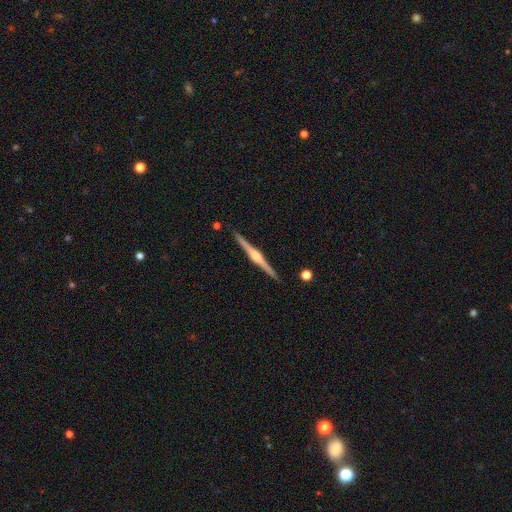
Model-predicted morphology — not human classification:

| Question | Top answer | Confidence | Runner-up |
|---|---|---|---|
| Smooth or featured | featured or disk | 84% | smooth (11%) |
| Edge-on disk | yes | 99% | no (1%) |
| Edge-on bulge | rounded | 82% | boxy (13%) |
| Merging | none | 92% | minor disturbance (6%) |